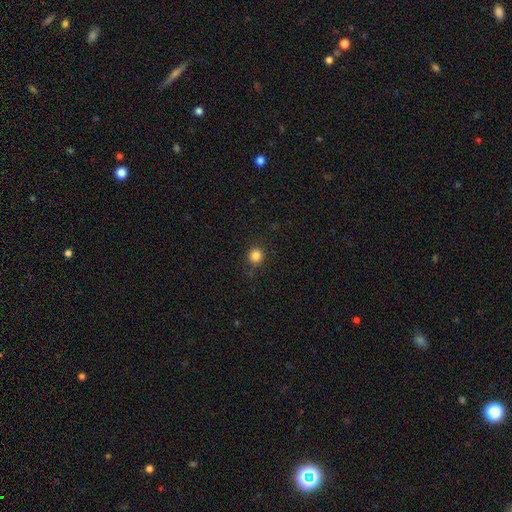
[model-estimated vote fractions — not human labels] Smooth or featured? smooth (84%)
How rounded? round (94%)
Merging? none (89%)